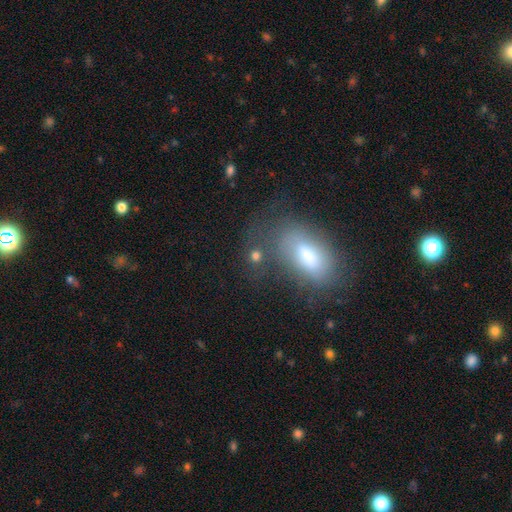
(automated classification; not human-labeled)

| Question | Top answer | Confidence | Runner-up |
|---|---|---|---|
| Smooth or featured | smooth | 70% | star or artifact (17%) |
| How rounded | round | 63% | in between (32%) |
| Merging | none | 64% | merger (15%) |